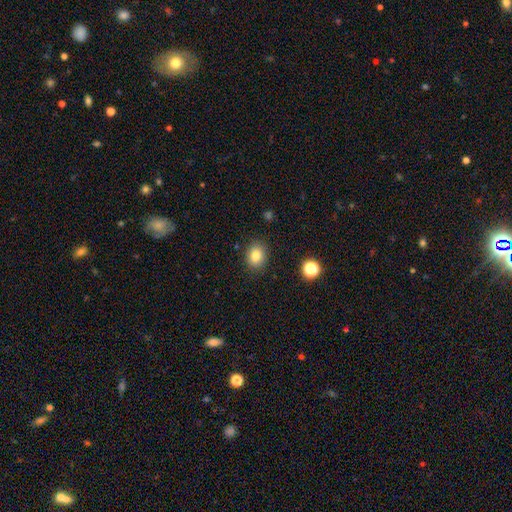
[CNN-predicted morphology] A smooth galaxy with no disk features (82%) that is round (62%). Merging: none (87%).